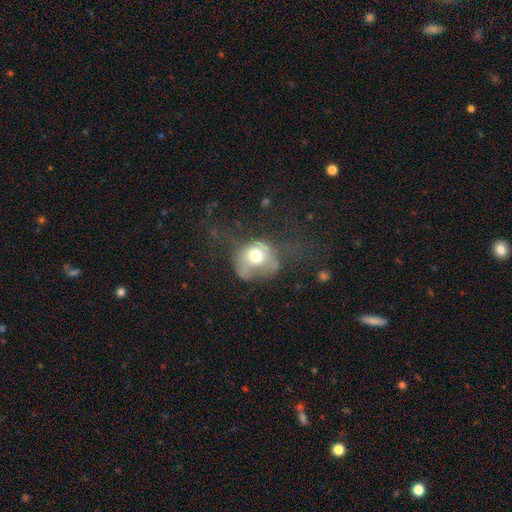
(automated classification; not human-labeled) Smooth or featured? Predicted: smooth (p=0.61). How rounded? Predicted: round (p=0.66). Merging? Predicted: major disturbance (p=0.45).